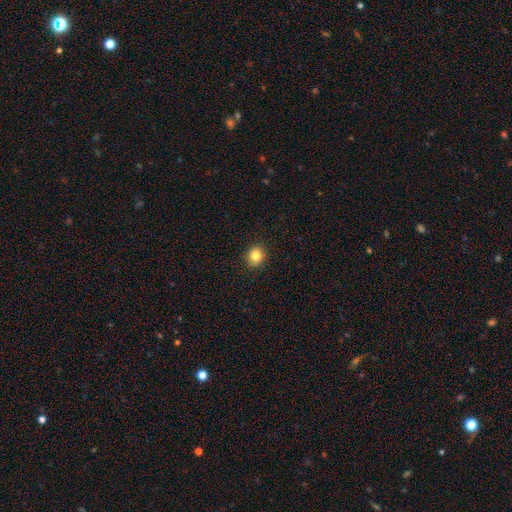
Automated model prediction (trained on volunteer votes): A smooth galaxy with no disk features (84%) that is round (80%). Merging: none (91%).